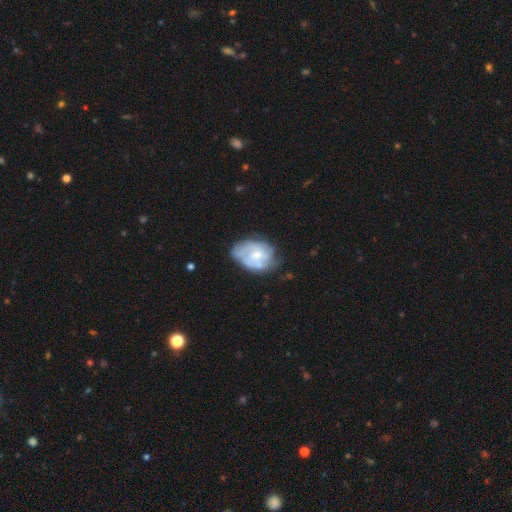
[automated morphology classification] featured or disk 60%, smooth 34%, star or artifact 6%. Down the decision tree: edge-on disk — no (97%); bar — no (70%); spiral arms — yes (55%); bulge size — small (49%); merging — none (47%).